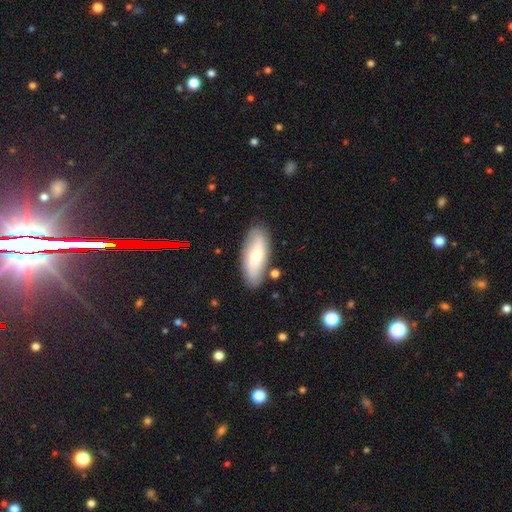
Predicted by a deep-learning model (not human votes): Smooth or featured? smooth (52%)
How rounded? in between (74%)
Merging? none (82%)